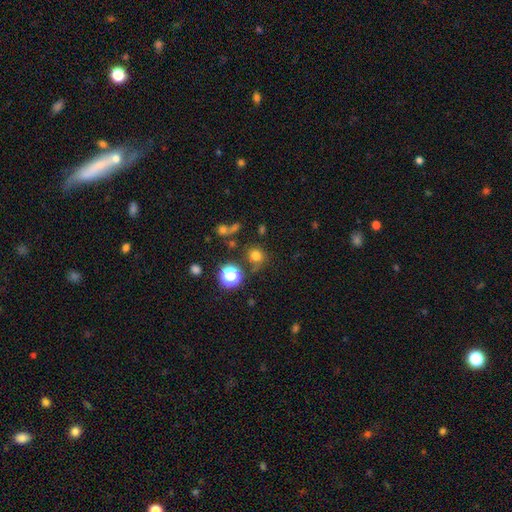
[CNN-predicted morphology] Smooth or featured?
  - smooth: 73% *
  - star or artifact: 21%
  - featured or disk: 7%
How rounded?
  - round: 87% *
  - in between: 12%
  - cigar-shaped: 1%
Merging?
  - none: 76% *
  - minor disturbance: 12%
  - merger: 7%
  - major disturbance: 5%